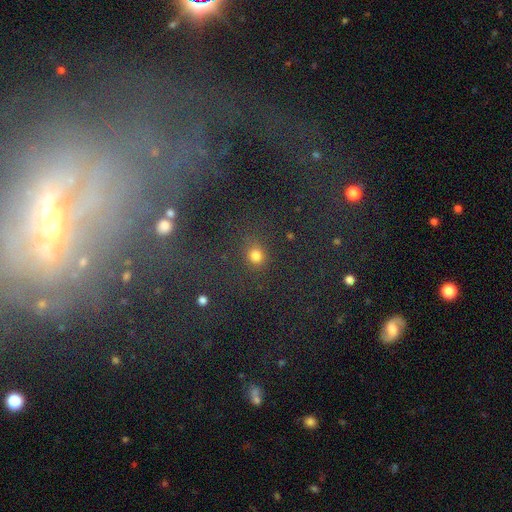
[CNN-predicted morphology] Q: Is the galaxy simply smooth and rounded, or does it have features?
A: smooth — 70%.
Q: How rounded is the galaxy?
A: round — 78%.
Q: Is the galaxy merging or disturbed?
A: none — 75%.